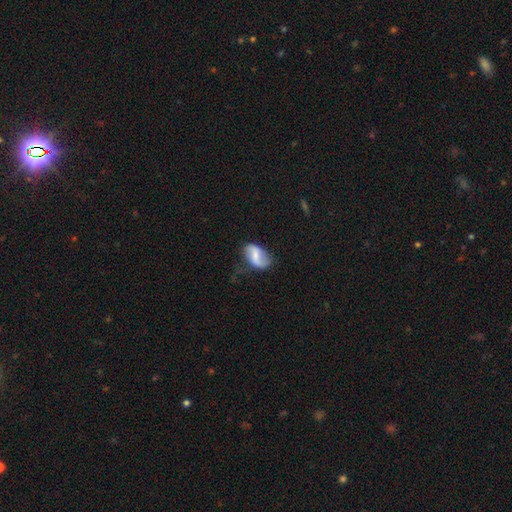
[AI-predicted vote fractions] The model was most divided on "bulge size" (2-way tie): small: 40%, moderate: 40%, none: 13%, large: 5%, dominant: 1%. Remaining: edge-on disk — no (96%); spiral arms — yes (84%); merging — none (60%); smooth or featured — featured or disk (58%); bar — weak (44%).